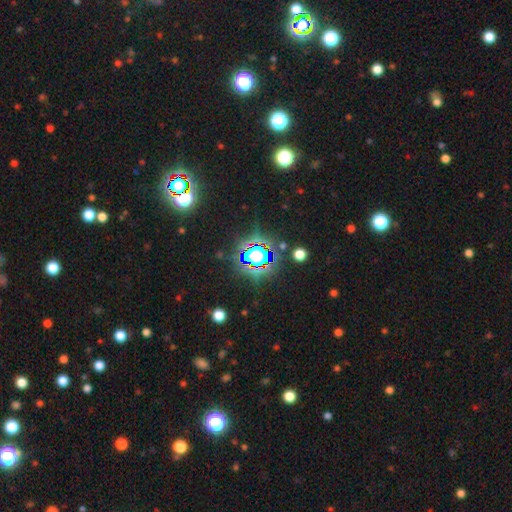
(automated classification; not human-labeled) Overall: star or artifact (69%).